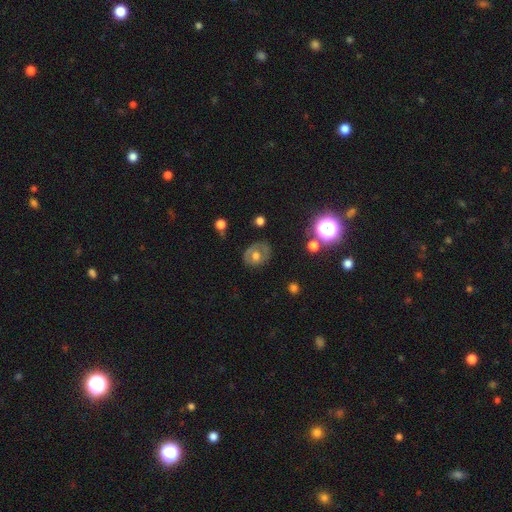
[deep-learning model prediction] Smooth or featured: smooth — 49% (featured or disk — 41%)
Merging: none — 69% (minor disturbance — 20%)